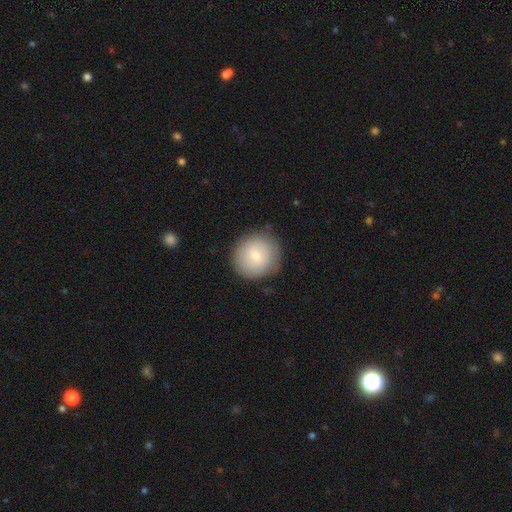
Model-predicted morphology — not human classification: Smooth or featured? Predicted: smooth (p=0.76). How rounded? Predicted: round (p=0.91). Merging? Predicted: none (p=0.83).